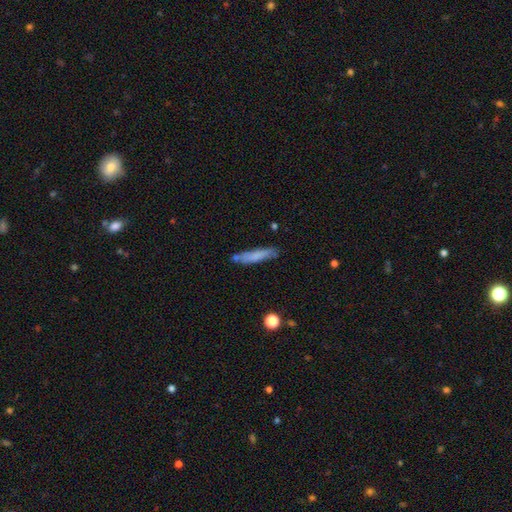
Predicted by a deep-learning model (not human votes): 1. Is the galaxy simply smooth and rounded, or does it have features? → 71% smooth, 22% featured or disk, 7% star or artifact.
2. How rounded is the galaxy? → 85% cigar-shaped, 13% in between, 2% round.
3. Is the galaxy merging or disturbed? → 69% none, 19% minor disturbance, 8% merger, 4% major disturbance.